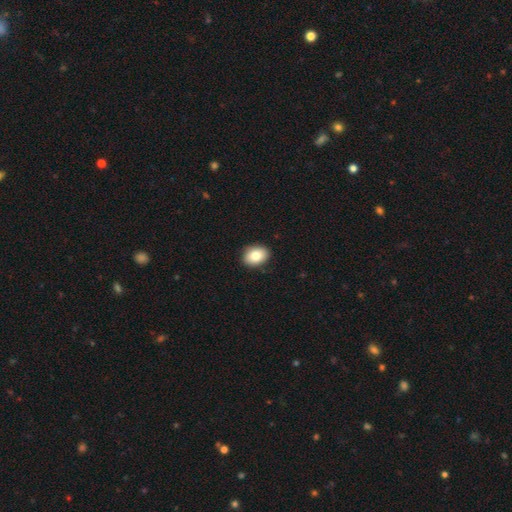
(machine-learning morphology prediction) smooth_or_featured: smooth (p=0.82) [alt: featured or disk p=0.10]
how_rounded: in between (p=0.72) [alt: round p=0.27]
merging: none (p=0.89) [alt: minor disturbance p=0.08]